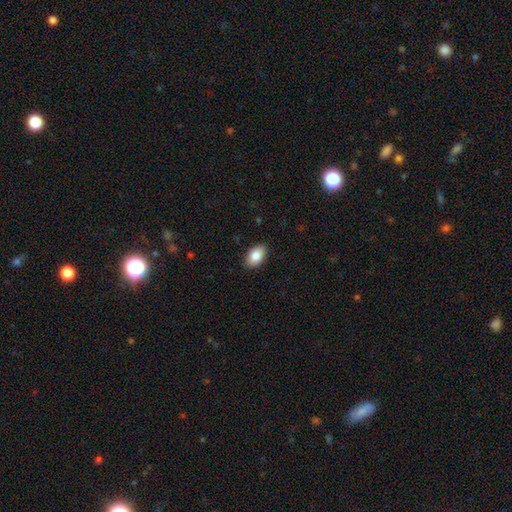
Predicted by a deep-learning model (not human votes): This appears to be a smooth galaxy with no disk features (86%) that is in between round and cigar-shaped (91%). Merging: none (88%).